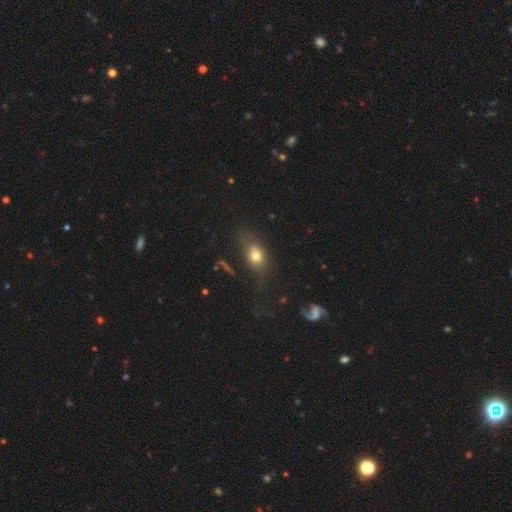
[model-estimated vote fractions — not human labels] This is likely a smooth galaxy (73%). How rounded: likely in between (64%). Merging: likely none (61%).